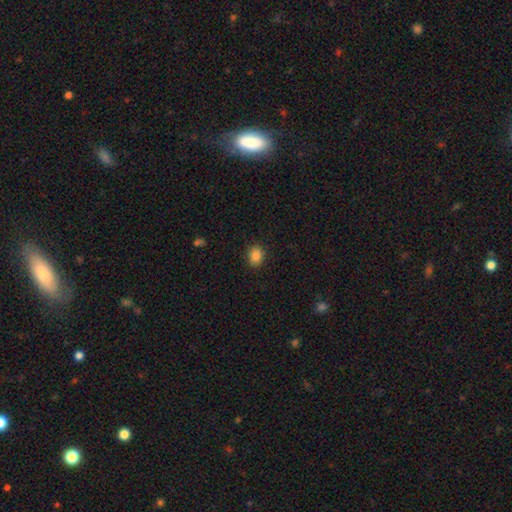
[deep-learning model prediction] The model was most divided on "how rounded": in between: 59%, round: 40%, cigar-shaped: 1%. More confident: merging — none (88%); smooth or featured — smooth (86%).